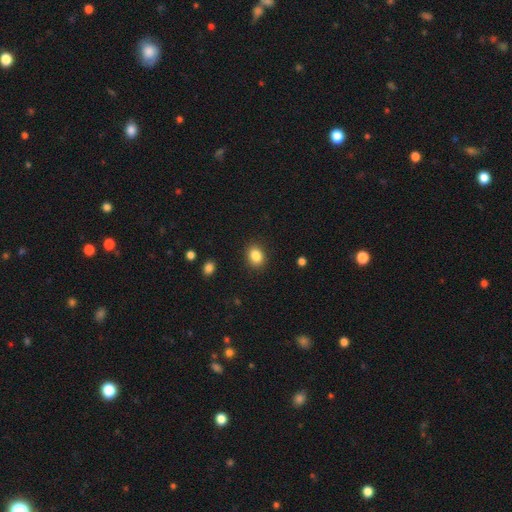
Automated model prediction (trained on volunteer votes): A smooth galaxy with no disk features (86%) that is in between round and cigar-shaped (56%). Merging: none (88%).